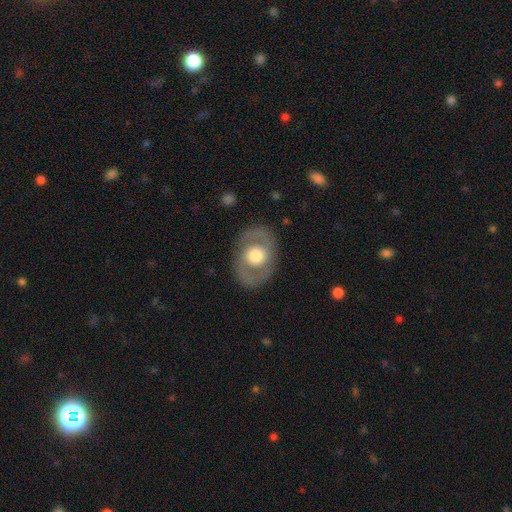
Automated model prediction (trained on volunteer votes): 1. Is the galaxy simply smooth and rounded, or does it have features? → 66% featured or disk, 28% smooth, 5% star or artifact.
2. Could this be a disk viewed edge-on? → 95% no, 5% yes.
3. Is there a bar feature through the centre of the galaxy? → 72% no, 21% weak, 7% strong.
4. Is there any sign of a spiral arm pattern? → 52% yes, 48% no.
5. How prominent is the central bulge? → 54% moderate, 36% large, 5% small, 3% dominant, 1% none.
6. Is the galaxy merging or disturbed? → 83% none, 10% minor disturbance, 6% major disturbance, 1% merger.